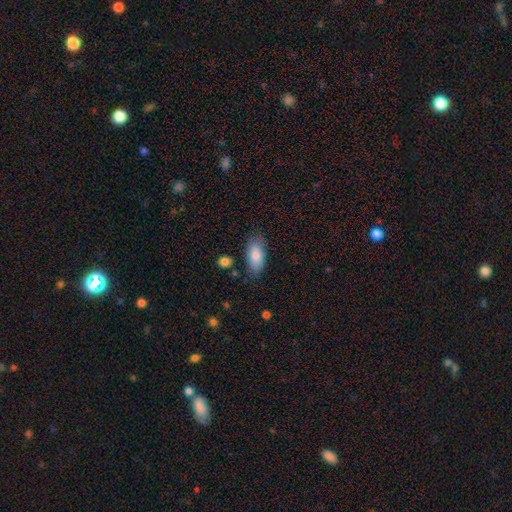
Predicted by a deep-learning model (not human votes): Smooth or featured?
  - smooth: 83% *
  - featured or disk: 11%
  - star or artifact: 6%
How rounded?
  - in between: 90% *
  - cigar-shaped: 7%
  - round: 2%
Merging?
  - none: 79% *
  - minor disturbance: 15%
  - major disturbance: 3%
  - merger: 3%